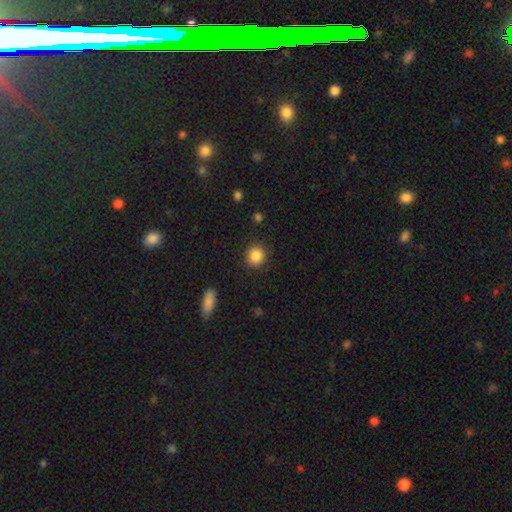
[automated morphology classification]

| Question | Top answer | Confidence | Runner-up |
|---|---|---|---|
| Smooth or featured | smooth | 87% | star or artifact (9%) |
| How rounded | round | 85% | in between (14%) |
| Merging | none | 89% | minor disturbance (7%) |